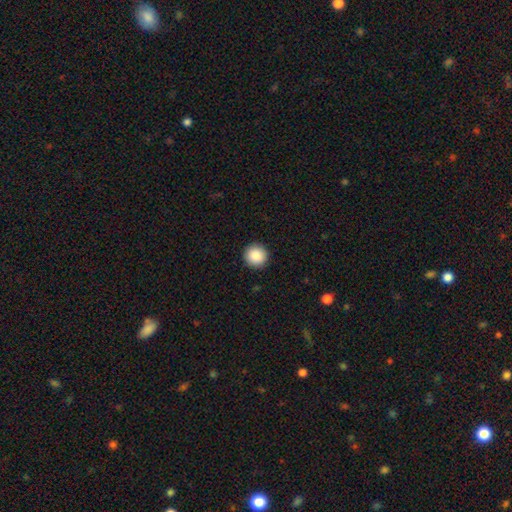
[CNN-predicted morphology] Smooth or featured?
  - smooth: 88% *
  - star or artifact: 9%
  - featured or disk: 4%
How rounded?
  - round: 95% *
  - in between: 4%
  - cigar-shaped: 1%
Merging?
  - none: 93% *
  - minor disturbance: 5%
  - major disturbance: 2%
  - merger: 1%